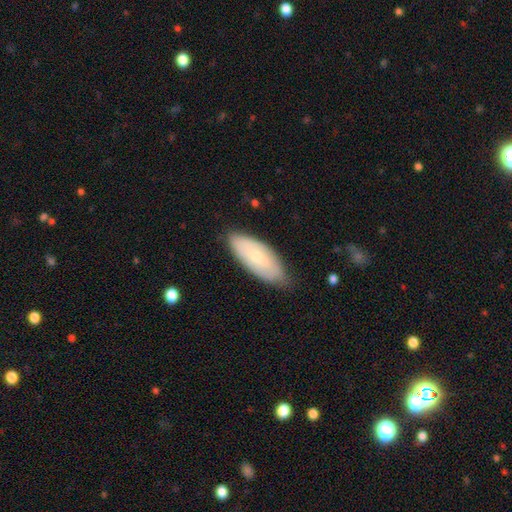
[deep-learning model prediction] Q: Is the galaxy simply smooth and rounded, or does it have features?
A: smooth — 57%.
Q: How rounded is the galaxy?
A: in between — 83%.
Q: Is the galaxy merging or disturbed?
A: none — 77%.